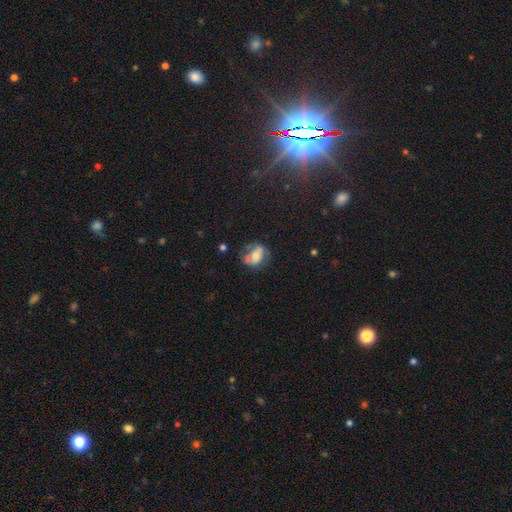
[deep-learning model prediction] A smooth galaxy with no disk features (50%) that is in between round and cigar-shaped (57%).

Vote fractions:
- Smooth or featured? smooth: 50% / featured or disk: 39% / star or artifact: 11%
- How rounded? in between: 57% / round: 41% / cigar-shaped: 2%
- Merging? none: 50% / minor disturbance: 27% / major disturbance: 18% / merger: 5%